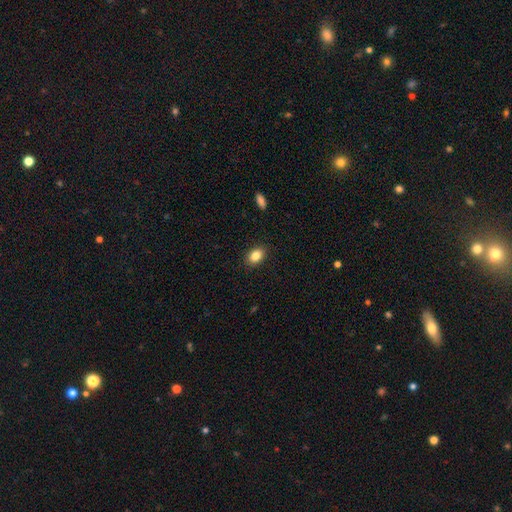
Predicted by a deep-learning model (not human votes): smooth-or-featured: smooth: 84% | star or artifact: 9% | featured or disk: 7%
  how-rounded: in between: 78% | round: 21% | cigar-shaped: 1%
  merging: none: 89% | minor disturbance: 8% | major disturbance: 2% | merger: 1%